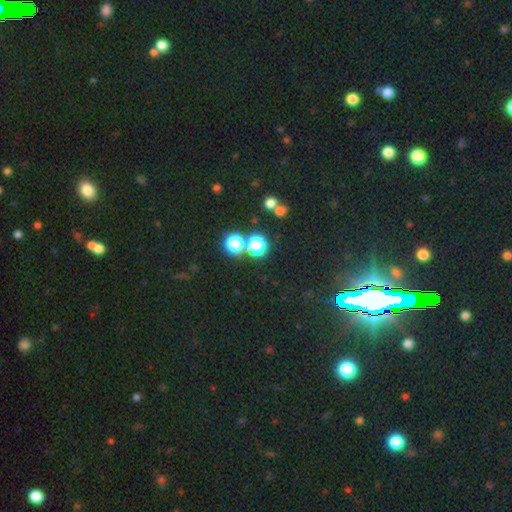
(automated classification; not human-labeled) This appears to be a star or artifact, not a galaxy (77%).